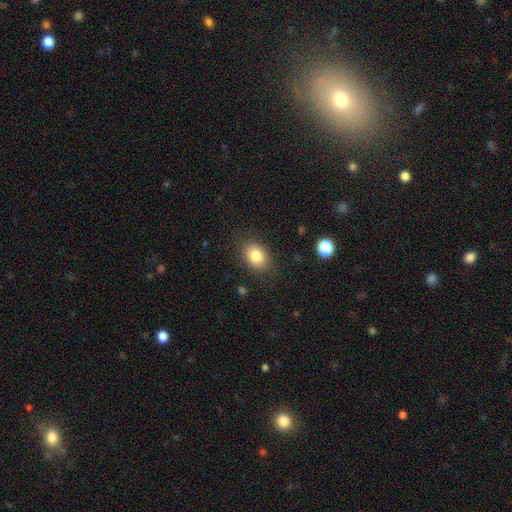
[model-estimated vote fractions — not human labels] A smooth galaxy with no disk features (83%) that is in between round and cigar-shaped (67%).

Vote fractions:
- Smooth or featured? smooth: 83% / star or artifact: 9% / featured or disk: 8%
- How rounded? in between: 67% / round: 32% / cigar-shaped: 1%
- Merging? none: 84% / minor disturbance: 11% / major disturbance: 4% / merger: 1%